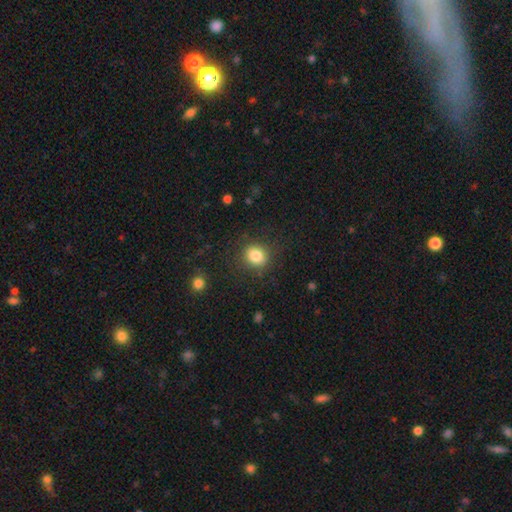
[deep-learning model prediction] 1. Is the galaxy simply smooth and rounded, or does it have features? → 84% smooth, 10% star or artifact, 6% featured or disk.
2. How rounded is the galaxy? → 77% round, 22% in between, 1% cigar-shaped.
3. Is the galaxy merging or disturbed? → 85% none, 10% minor disturbance, 4% major disturbance, 1% merger.